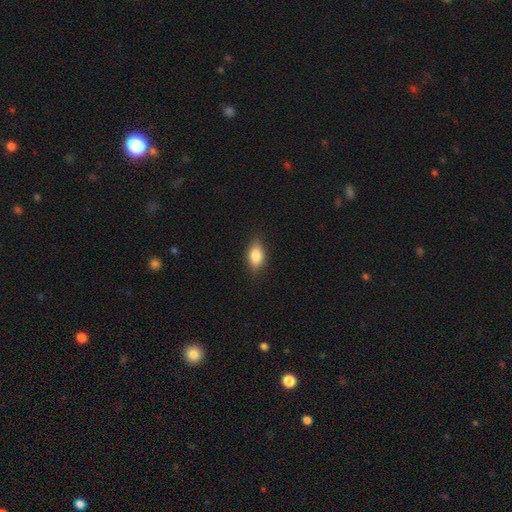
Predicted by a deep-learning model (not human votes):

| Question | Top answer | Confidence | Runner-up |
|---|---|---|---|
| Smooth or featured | smooth | 84% | featured or disk (9%) |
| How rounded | in between | 86% | round (8%) |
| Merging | none | 83% | minor disturbance (13%) |